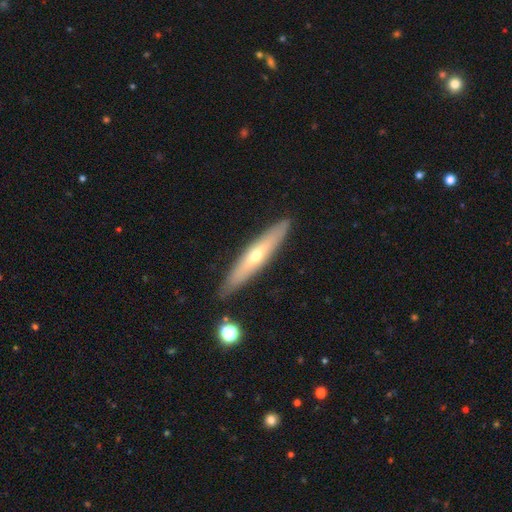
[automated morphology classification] smooth-or-featured: featured or disk: 57% | smooth: 37% | star or artifact: 6%
  disk-edge-on: yes: 82% | no: 18%
  merging: none: 87% | minor disturbance: 9% | merger: 2% | major disturbance: 2%